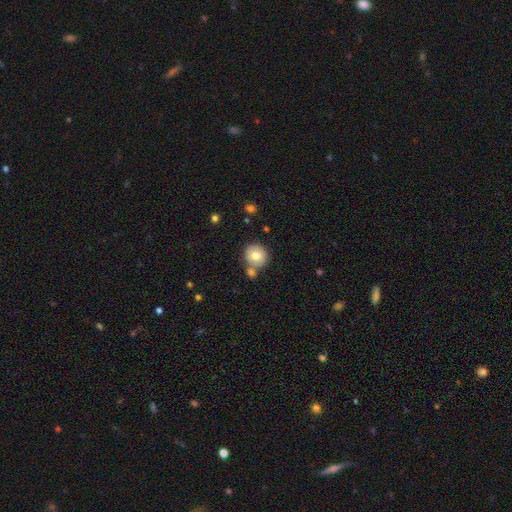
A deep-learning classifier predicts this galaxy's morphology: A smooth galaxy with no disk features (74%) that is round (91%).

Vote fractions:
- Smooth or featured? smooth: 74% / featured or disk: 17% / star or artifact: 9%
- How rounded? round: 91% / in between: 8% / cigar-shaped: 1%
- Merging? none: 66% / merger: 21% / minor disturbance: 10% / major disturbance: 3%